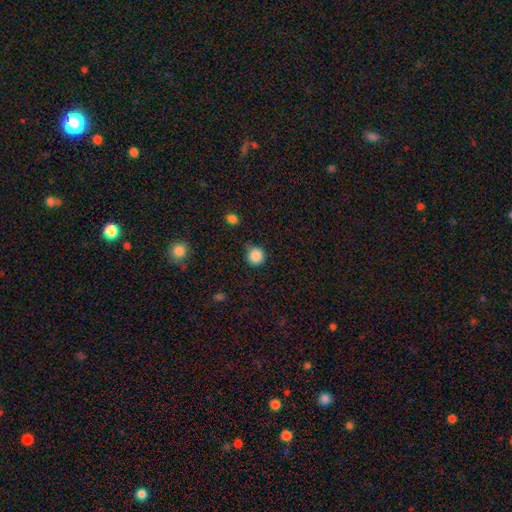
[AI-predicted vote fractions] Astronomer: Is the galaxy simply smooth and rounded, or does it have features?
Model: smooth — 87%.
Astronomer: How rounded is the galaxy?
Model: round — 94%.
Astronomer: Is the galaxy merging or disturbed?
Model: none — 78%.